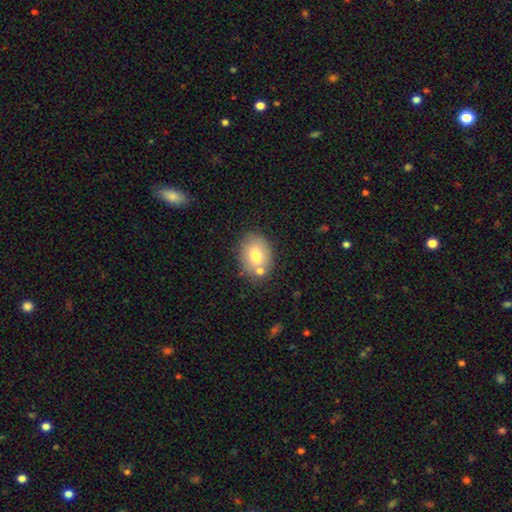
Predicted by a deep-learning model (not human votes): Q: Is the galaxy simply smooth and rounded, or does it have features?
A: smooth — 74%.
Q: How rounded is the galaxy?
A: in between — 72%.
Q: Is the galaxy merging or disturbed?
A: none — 69%.